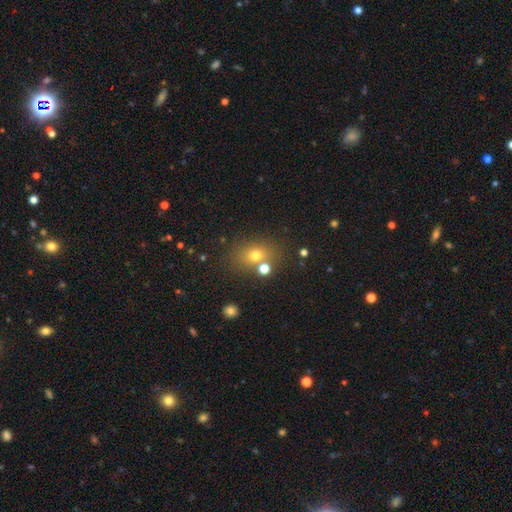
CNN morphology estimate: smooth 69%, star or artifact 18%, featured or disk 13%. Down the decision tree: how rounded — in between (53%); merging — none (67%).